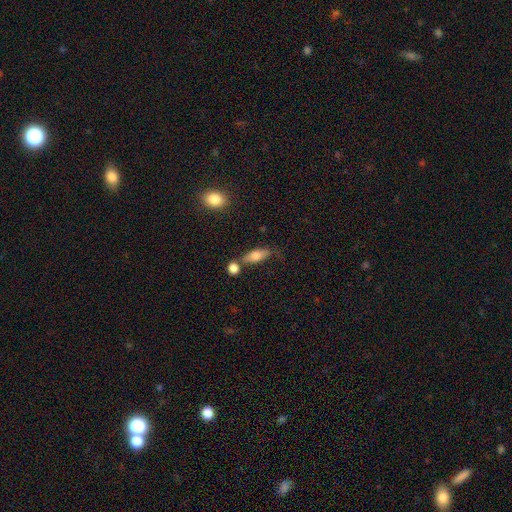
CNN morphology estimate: A smooth galaxy with no disk features (70%) that is in between round and cigar-shaped (72%). Merging: none (53%).